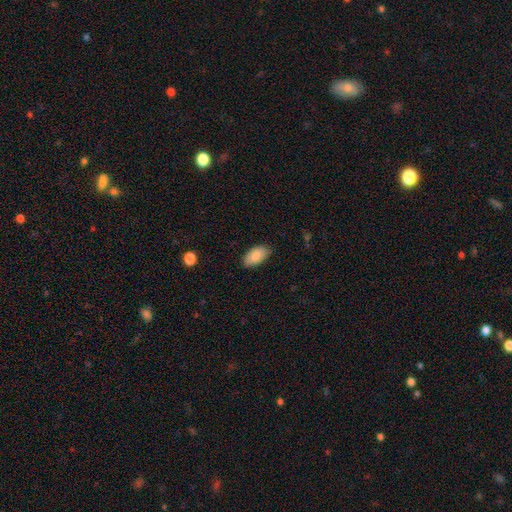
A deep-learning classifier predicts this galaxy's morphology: smooth_or_featured: smooth (p=0.86) [alt: featured or disk p=0.08]
how_rounded: in between (p=0.94) [alt: round p=0.03]
merging: none (p=0.84) [alt: minor disturbance p=0.13]